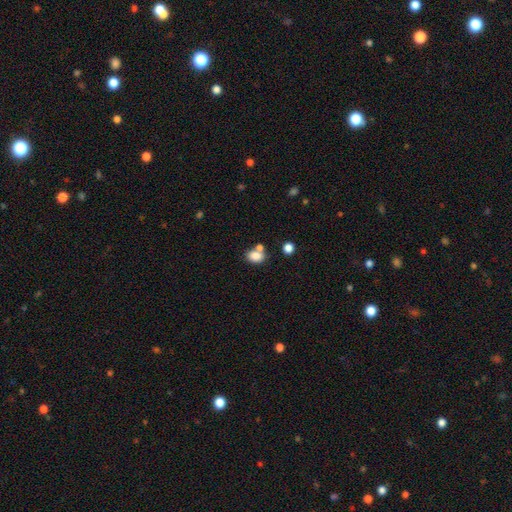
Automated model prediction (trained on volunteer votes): A smooth galaxy with no disk features (83%) that is in between round and cigar-shaped (74%). Merging: none (51%).